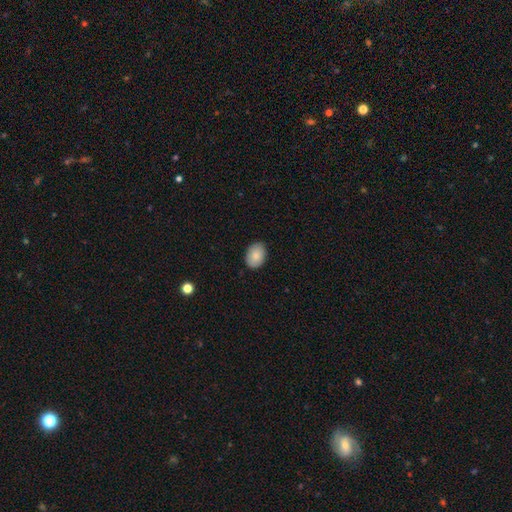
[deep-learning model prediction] Q: Smooth or featured?
A: smooth (86%); runner-up: featured or disk (7%)
Q: How rounded?
A: in between (80%); runner-up: round (19%)
Q: Merging?
A: none (85%); runner-up: minor disturbance (12%)